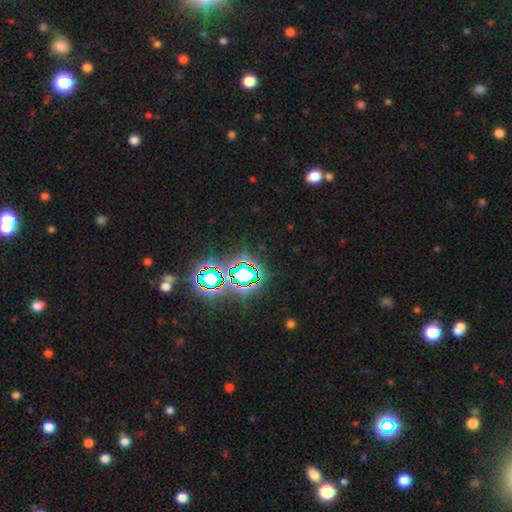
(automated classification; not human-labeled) This is clearly a star or artifact rather than a galaxy (81%).